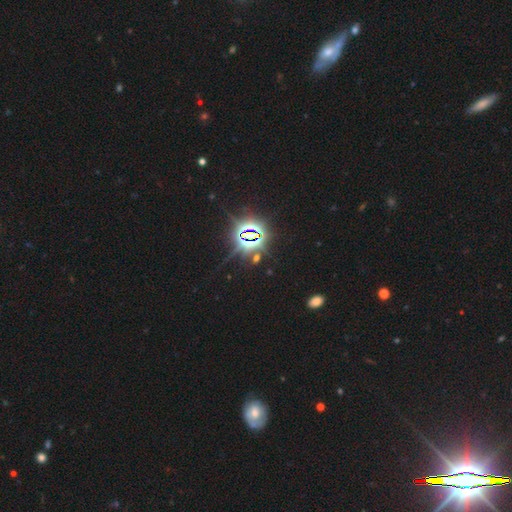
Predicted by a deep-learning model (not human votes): Smooth or featured: star or artifact — 84% (smooth — 9%)